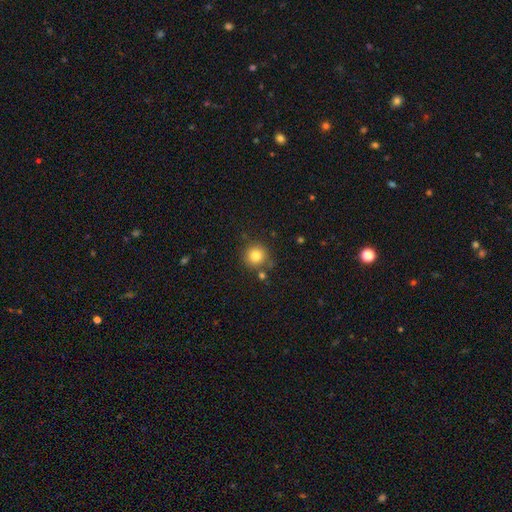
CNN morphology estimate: Smooth or featured? smooth (82%)
How rounded? round (93%)
Merging? none (82%)